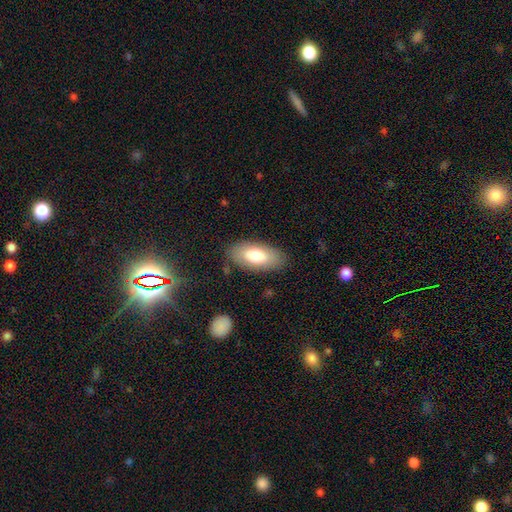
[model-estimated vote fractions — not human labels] smooth-or-featured: smooth: 75% | featured or disk: 19% | star or artifact: 6%
  how-rounded: in between: 91% | cigar-shaped: 7% | round: 2%
  merging: none: 84% | minor disturbance: 11% | major disturbance: 3% | merger: 1%